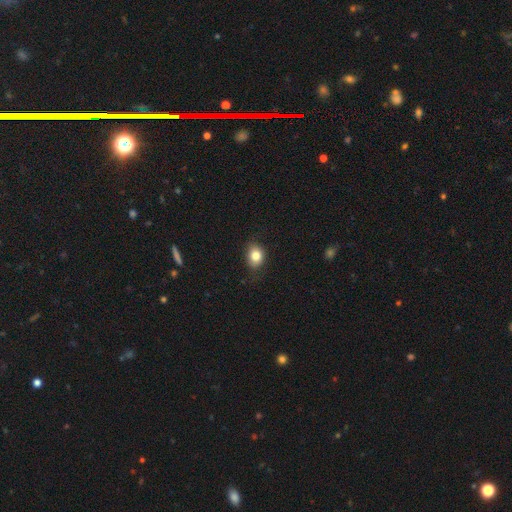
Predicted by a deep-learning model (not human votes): This is clearly a smooth galaxy (82%). How rounded: possibly in between (53%). Merging: likely none (76%).